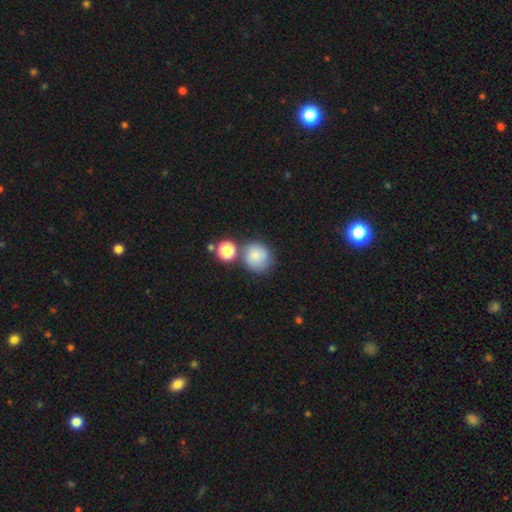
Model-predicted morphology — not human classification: Smooth or featured? smooth (77%)
How rounded? round (86%)
Merging? none (57%)